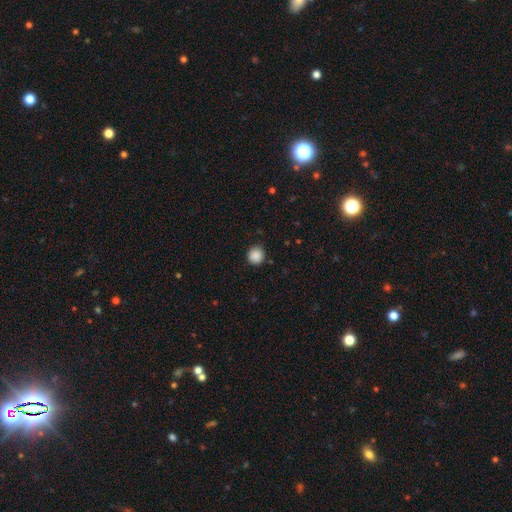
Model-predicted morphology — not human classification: smooth-or-featured: smooth: 88% | star or artifact: 9% | featured or disk: 3%
  how-rounded: round: 92% | in between: 7% | cigar-shaped: 1%
  merging: none: 89% | minor disturbance: 8% | major disturbance: 2% | merger: 1%